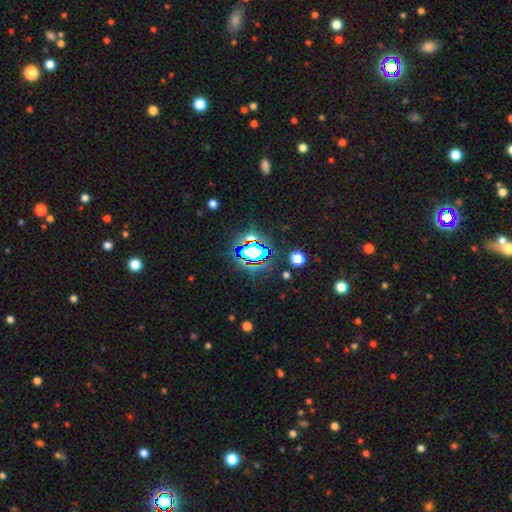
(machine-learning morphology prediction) smooth_or_featured: star or artifact (p=0.67) [alt: smooth p=0.20]